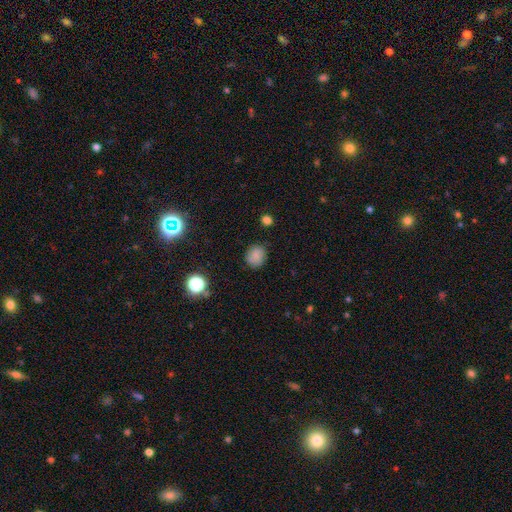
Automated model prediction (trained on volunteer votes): smooth_or_featured: smooth (p=0.80) [alt: star or artifact p=0.12]
how_rounded: round (p=0.74) [alt: in between p=0.25]
merging: none (p=0.82) [alt: minor disturbance p=0.14]